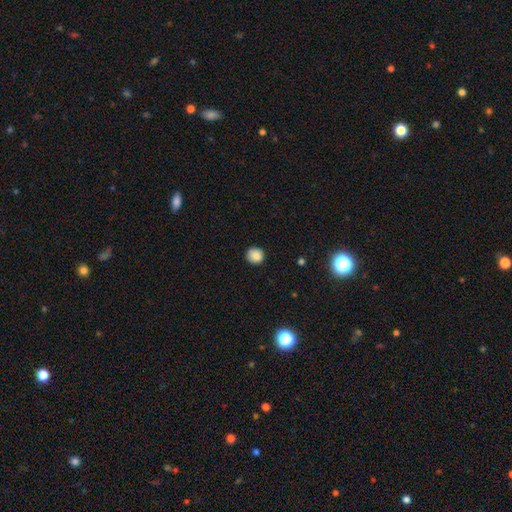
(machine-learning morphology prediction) smooth-or-featured: smooth: 86% | star or artifact: 10% | featured or disk: 4%
  how-rounded: round: 90% | in between: 9% | cigar-shaped: 1%
  merging: none: 85% | minor disturbance: 11% | major disturbance: 2% | merger: 1%